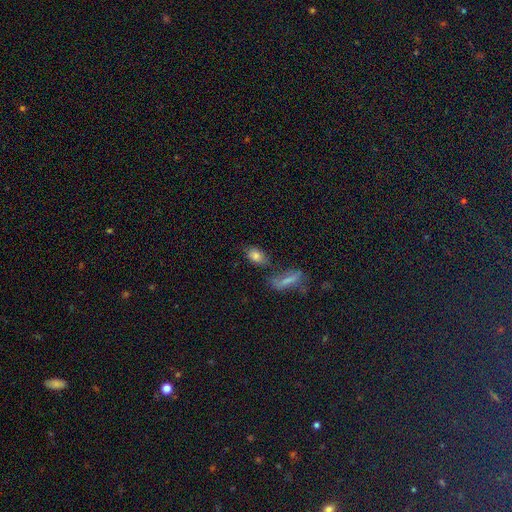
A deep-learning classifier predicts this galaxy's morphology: Overall: smooth (78%). How rounded: in between (84%). Merging: none (60%).